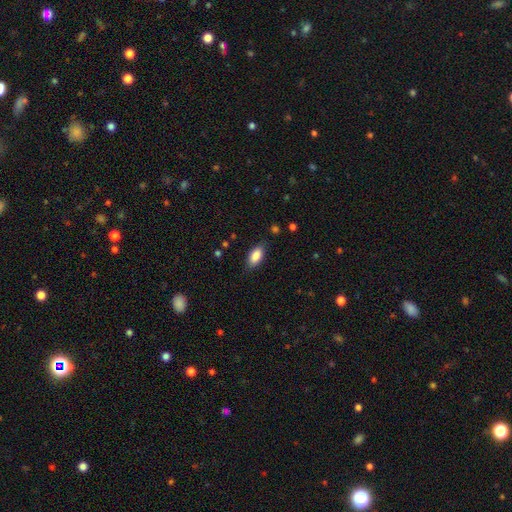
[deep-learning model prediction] This appears to be a smooth galaxy with no disk features (86%) that is in between round and cigar-shaped (89%). Merging: none (82%).